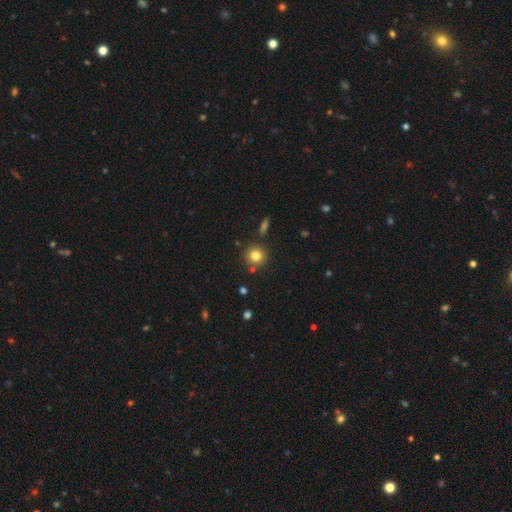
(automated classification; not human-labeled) The model was most divided on "smooth or featured": smooth: 81%, star or artifact: 12%, featured or disk: 7%. More confident: how rounded — round (93%); merging — none (84%).